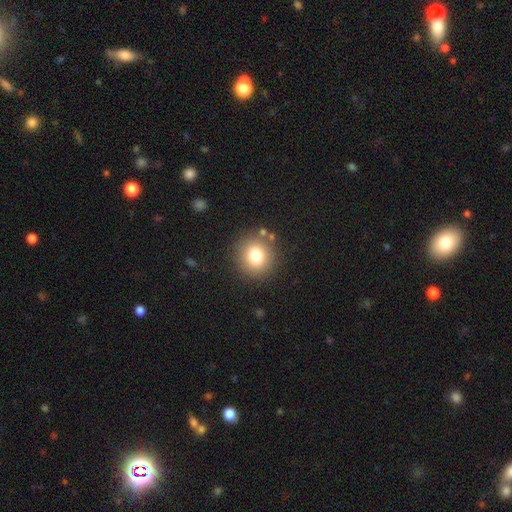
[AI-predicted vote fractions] smooth 76%, star or artifact 13%, featured or disk 11%. Down the decision tree: how rounded — round (88%); merging — none (86%).